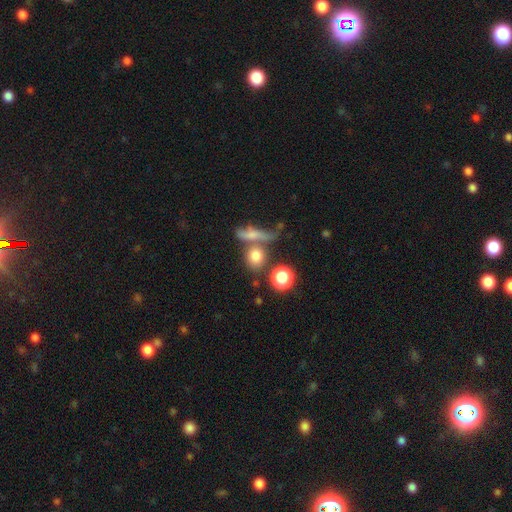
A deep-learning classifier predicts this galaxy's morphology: Smooth or featured? Predicted: smooth (p=0.74). How rounded? Predicted: round (p=0.63). Merging? Predicted: none (p=0.54).